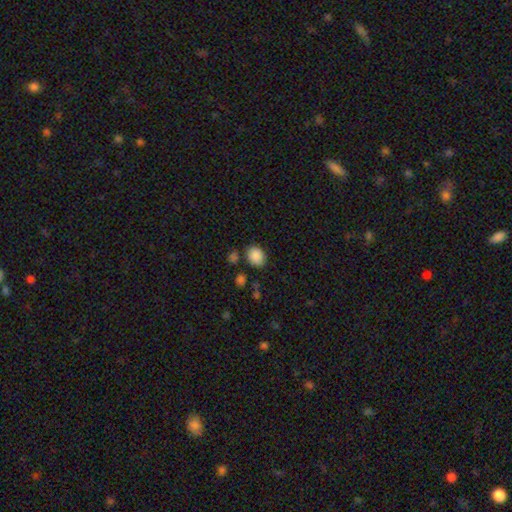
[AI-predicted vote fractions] A smooth galaxy with no disk features (88%) that is in between round and cigar-shaped (53%).

Vote fractions:
- Smooth or featured? smooth: 88% / star or artifact: 8% / featured or disk: 4%
- How rounded? in between: 53% / round: 46% / cigar-shaped: 1%
- Merging? none: 78% / minor disturbance: 13% / merger: 6% / major disturbance: 4%